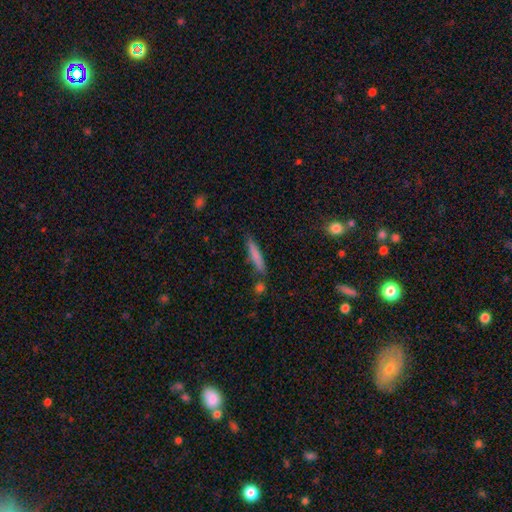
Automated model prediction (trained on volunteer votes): Smooth or featured: smooth — 76% (featured or disk — 18%)
How rounded: cigar-shaped — 91% (in between — 7%)
Merging: none — 79% (minor disturbance — 13%)